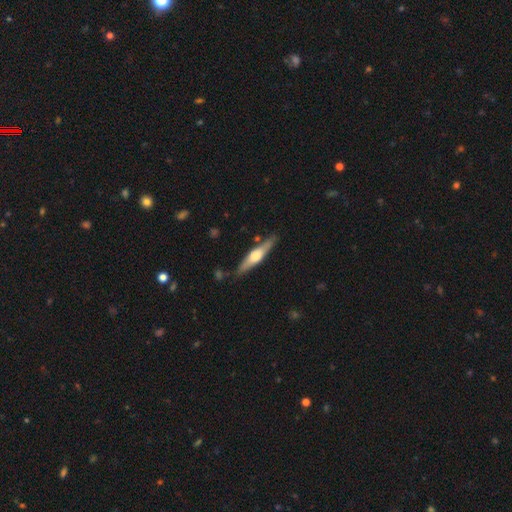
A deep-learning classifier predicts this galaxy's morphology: Q: Smooth or featured?
A: featured or disk (60%); runner-up: smooth (35%)
Q: Edge-on disk?
A: yes (95%); runner-up: no (5%)
Q: Edge-on bulge?
A: rounded (91%); runner-up: boxy (6%)
Q: Merging?
A: none (84%); runner-up: minor disturbance (11%)